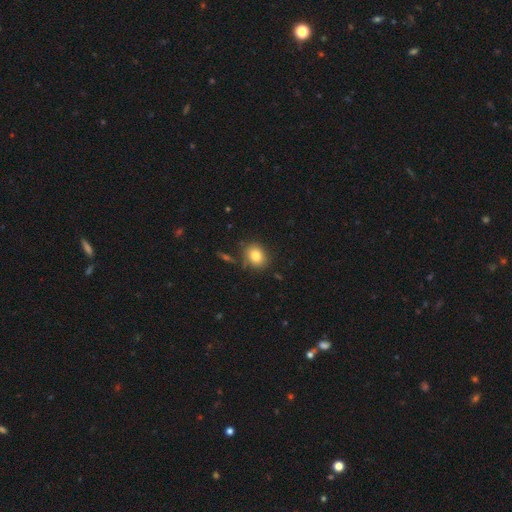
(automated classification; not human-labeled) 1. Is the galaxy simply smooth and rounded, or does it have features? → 81% smooth, 10% star or artifact, 9% featured or disk.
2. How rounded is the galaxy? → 57% round, 42% in between, 1% cigar-shaped.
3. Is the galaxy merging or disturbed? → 79% none, 13% minor disturbance, 4% merger, 3% major disturbance.